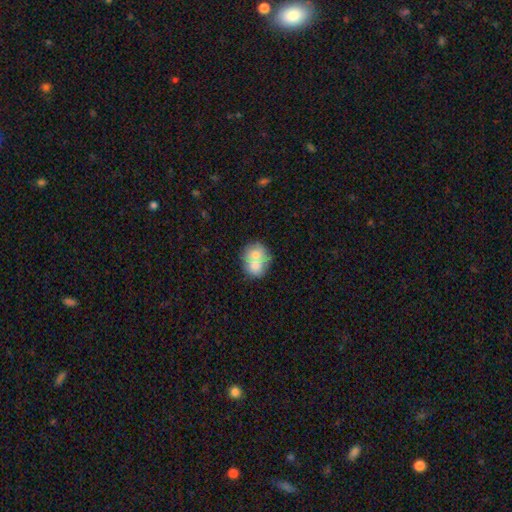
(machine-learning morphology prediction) This is likely a smooth galaxy (68%). How rounded: likely round (67%). Merging: likely merger (61%).